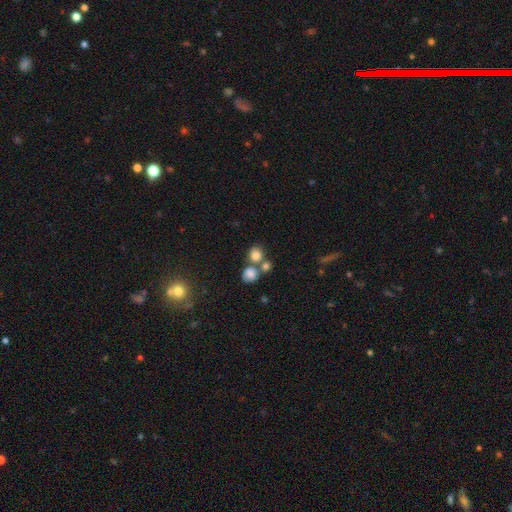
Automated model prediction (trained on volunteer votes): A smooth galaxy with no disk features (79%) that is round (78%). Merging: none (47%).